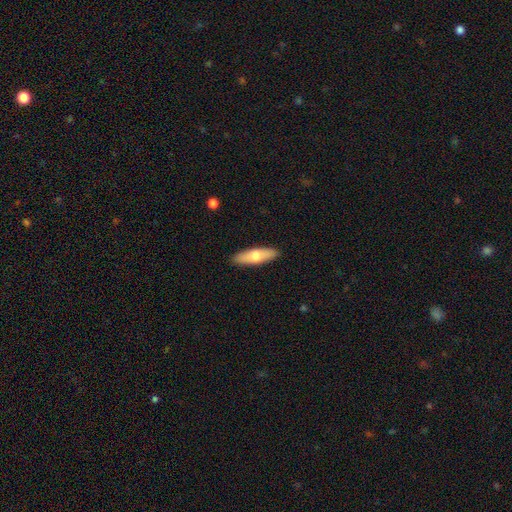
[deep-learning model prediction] Smooth or featured? Predicted: smooth (p=0.65). How rounded? Predicted: cigar-shaped (p=0.56). Merging? Predicted: none (p=0.90).